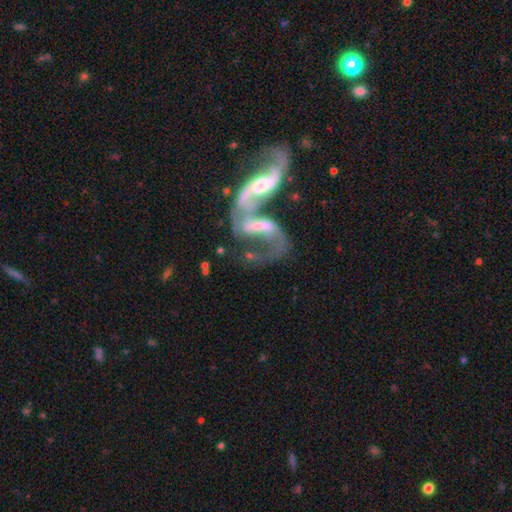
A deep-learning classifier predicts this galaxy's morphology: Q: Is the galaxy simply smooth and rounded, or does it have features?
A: featured or disk — 80%.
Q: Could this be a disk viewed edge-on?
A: no — 92%.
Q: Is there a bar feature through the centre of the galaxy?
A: no — 37%.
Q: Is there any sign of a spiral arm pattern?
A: yes — 85%.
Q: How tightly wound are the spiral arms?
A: loose — 66%.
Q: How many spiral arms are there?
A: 2 — 77%.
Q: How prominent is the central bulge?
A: moderate — 43%.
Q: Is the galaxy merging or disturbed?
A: merger — 66%.